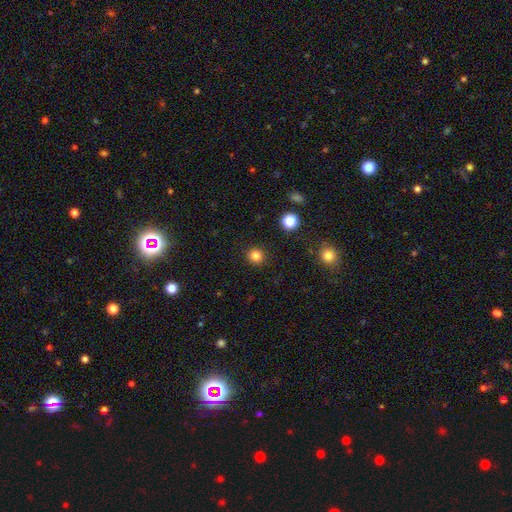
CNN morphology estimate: smooth_or_featured: smooth (p=0.83) [alt: star or artifact p=0.13]
how_rounded: round (p=0.92) [alt: in between p=0.07]
merging: none (p=0.92) [alt: minor disturbance p=0.05]